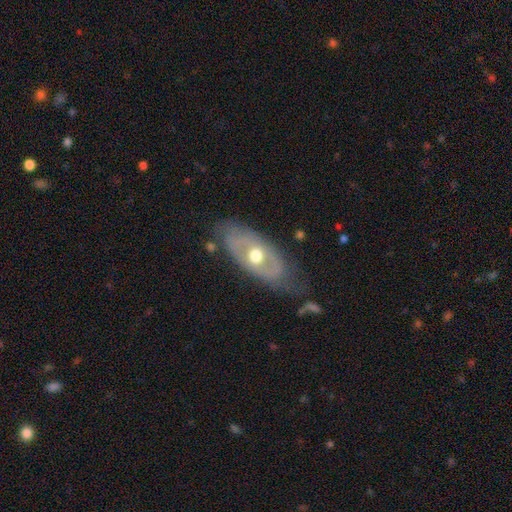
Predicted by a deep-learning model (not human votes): smooth-or-featured: featured or disk: 60% | smooth: 34% | star or artifact: 6%
  disk-edge-on: no: 84% | yes: 16%
    bar: no: 78% | weak: 16% | strong: 6%
    has-spiral-arms: no: 76% | yes: 24%
    bulge-size: moderate: 76% | large: 12% | small: 10% | dominant: 1% | none: 1%
  merging: none: 68% | minor disturbance: 21% | major disturbance: 9% | merger: 2%